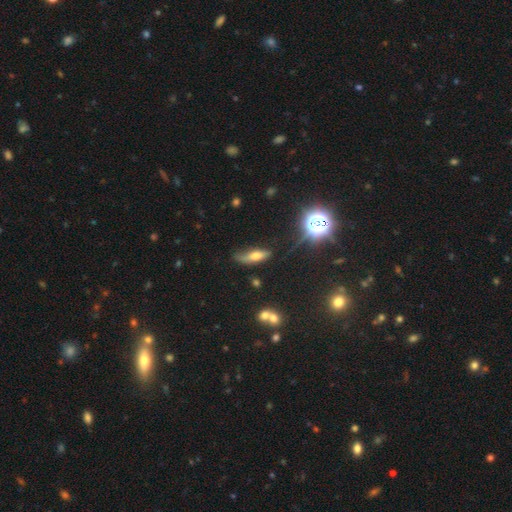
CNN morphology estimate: smooth_or_featured: smooth (p=0.53) [alt: featured or disk p=0.32]
how_rounded: cigar-shaped (p=0.54) [alt: in between p=0.42]
merging: none (p=0.53) [alt: minor disturbance p=0.29]